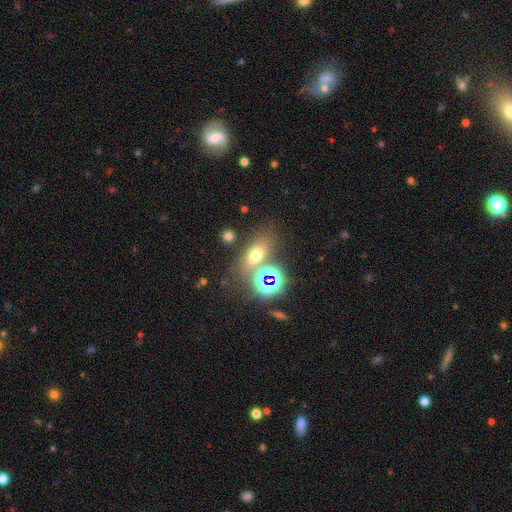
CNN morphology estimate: smooth 59%, star or artifact 27%, featured or disk 14%. Down the decision tree: how rounded — in between (66%); merging — none (66%).